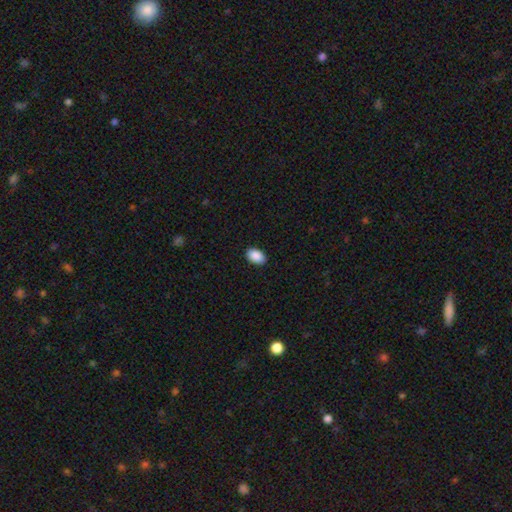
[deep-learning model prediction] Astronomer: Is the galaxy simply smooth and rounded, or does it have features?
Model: smooth — 90%.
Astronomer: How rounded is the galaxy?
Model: in between — 89%.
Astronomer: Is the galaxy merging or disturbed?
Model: none — 89%.